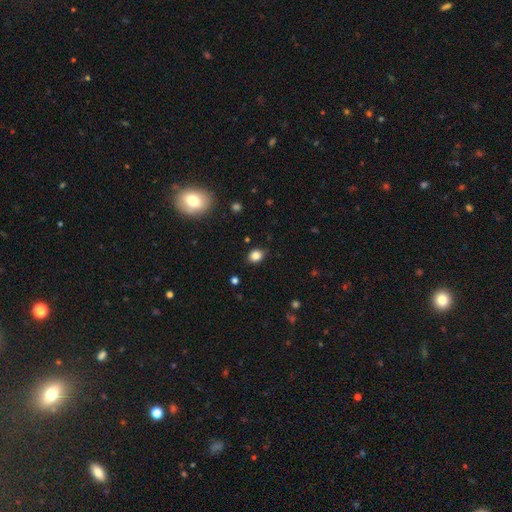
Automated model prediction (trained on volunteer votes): Overall: smooth (84%). How rounded: in between (56%; round 43%). Merging: none (85%).